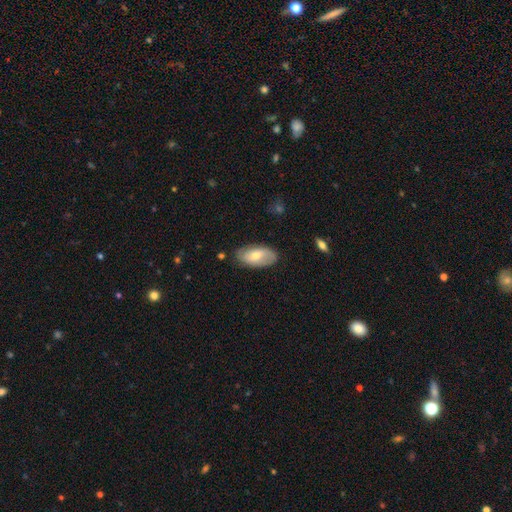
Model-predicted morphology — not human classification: The model was most divided on "smooth or featured": smooth: 56%, featured or disk: 38%, star or artifact: 6%. More confident: how rounded — in between (93%); merging — none (78%).